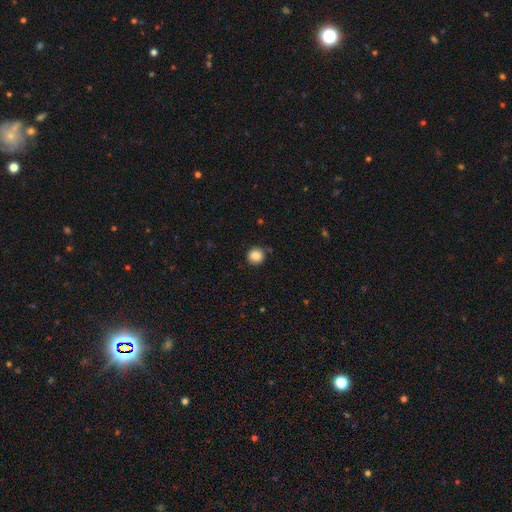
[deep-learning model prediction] This is clearly a smooth galaxy (87%). How rounded: clearly round (92%). Merging: clearly none (86%).